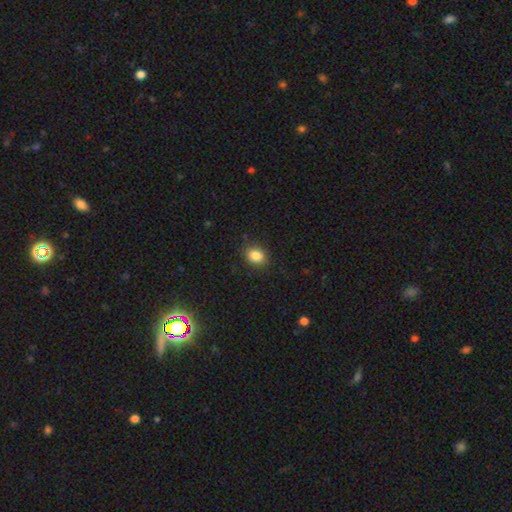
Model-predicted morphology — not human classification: Q: Smooth or featured?
A: smooth (85%); runner-up: star or artifact (10%)
Q: How rounded?
A: in between (51%); runner-up: round (48%)
Q: Merging?
A: none (86%); runner-up: minor disturbance (10%)